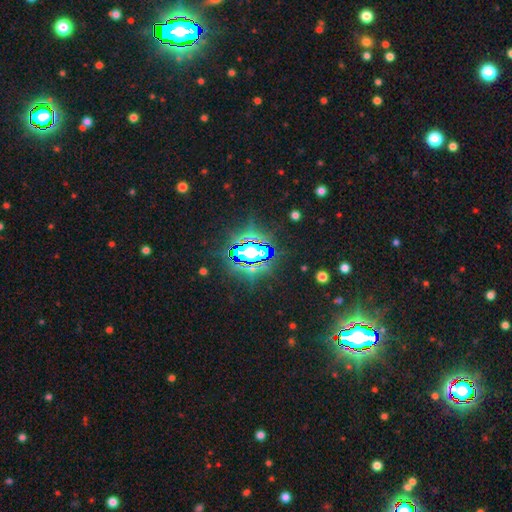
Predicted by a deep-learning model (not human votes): Smooth or featured?
  - star or artifact: 86% *
  - smooth: 8%
  - featured or disk: 6%